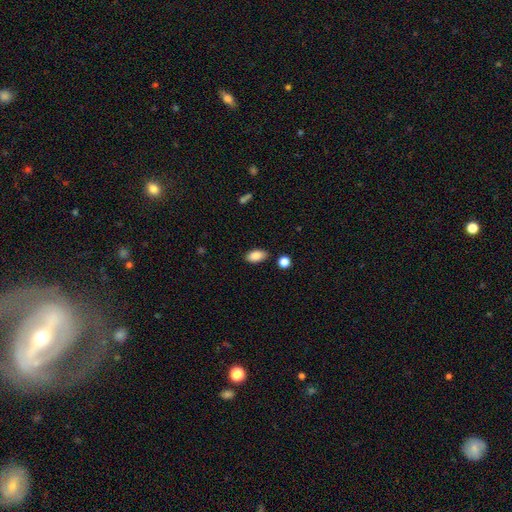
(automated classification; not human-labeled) Morphology: type=smooth (87%); roundness=in between (92%); merging=none (83%).